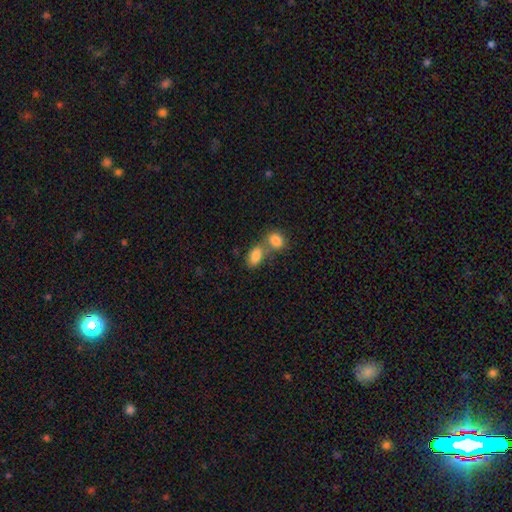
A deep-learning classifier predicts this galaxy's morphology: This appears to be a smooth galaxy with no disk features (84%) that is in between round and cigar-shaped (86%). Merging: merger (53%).